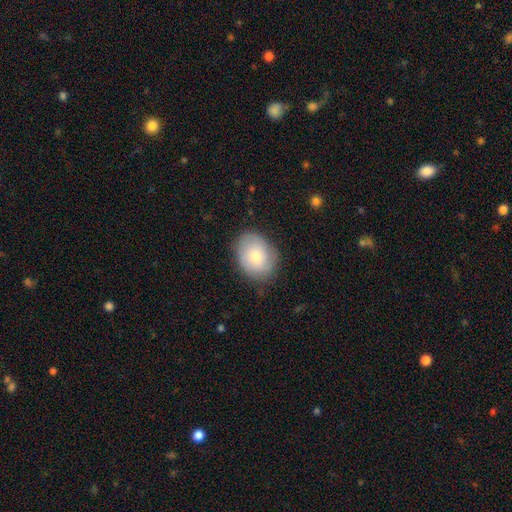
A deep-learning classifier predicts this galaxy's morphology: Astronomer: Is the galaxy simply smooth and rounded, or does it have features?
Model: smooth — 70%.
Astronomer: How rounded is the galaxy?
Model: in between — 60% (runner-up: round, 39%).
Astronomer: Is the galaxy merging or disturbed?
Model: none — 80%.